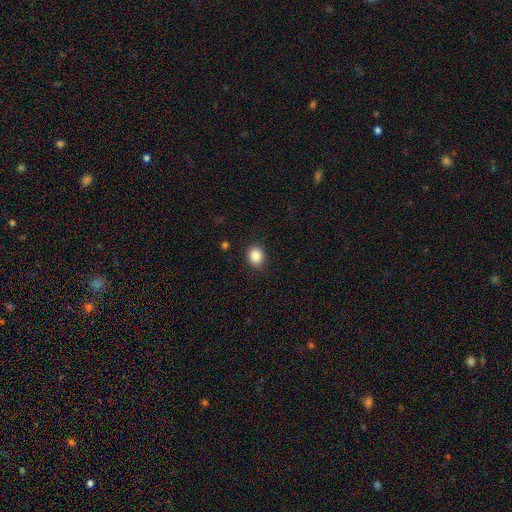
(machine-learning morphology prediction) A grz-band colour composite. It shows a smooth galaxy with no disk features (86%) that is round (61%). Merging: none (88%).